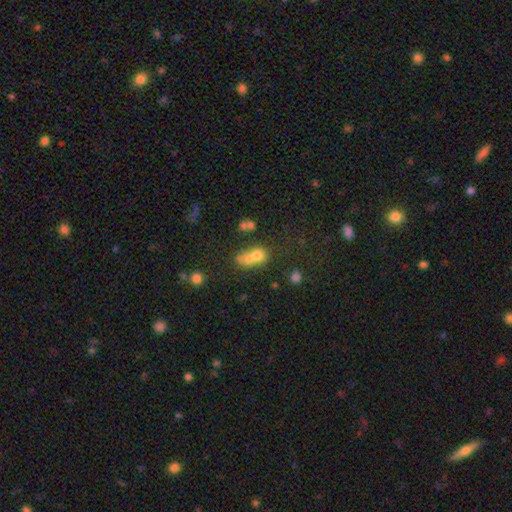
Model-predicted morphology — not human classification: smooth_or_featured: smooth (p=0.63) [alt: featured or disk p=0.19]
how_rounded: round (p=0.57) [alt: in between p=0.40]
merging: merger (p=0.57) [alt: none p=0.27]